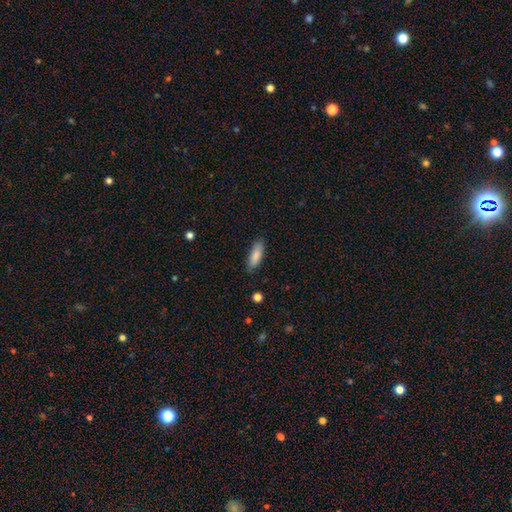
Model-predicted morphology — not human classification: smooth_or_featured: smooth (p=0.86) [alt: featured or disk p=0.08]
how_rounded: in between (p=0.58) [alt: cigar-shaped p=0.41]
merging: none (p=0.83) [alt: minor disturbance p=0.13]